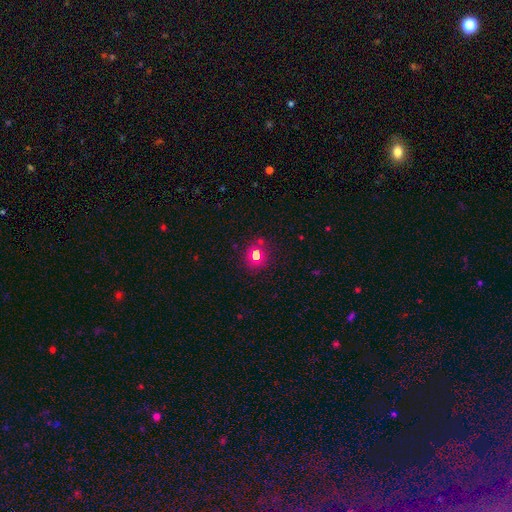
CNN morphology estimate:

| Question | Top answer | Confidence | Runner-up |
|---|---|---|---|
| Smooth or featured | smooth | 68% | star or artifact (20%) |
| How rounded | round | 75% | in between (24%) |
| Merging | none | 78% | minor disturbance (12%) |